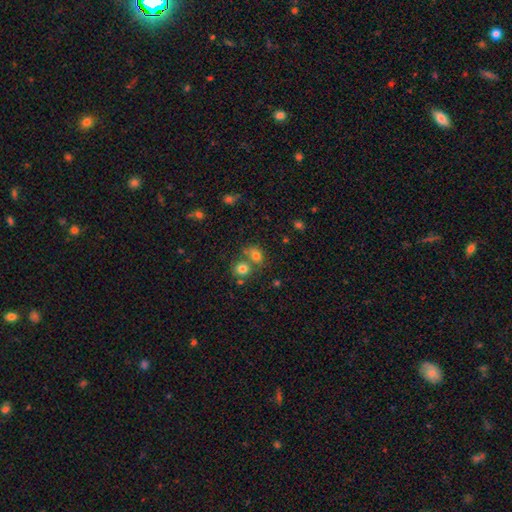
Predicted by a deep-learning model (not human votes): This appears to be a smooth galaxy with no disk features (75%) that is round (59%). Merging: none (48%).